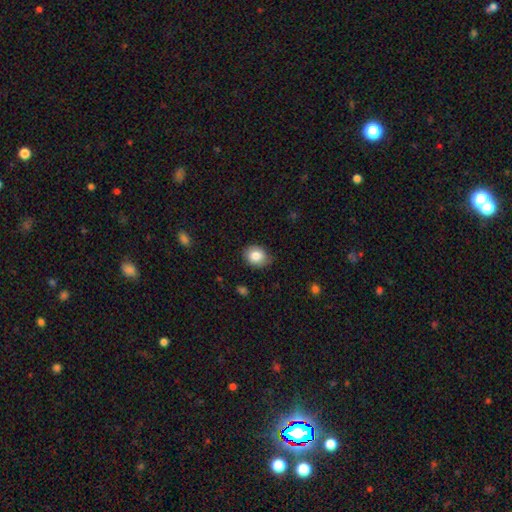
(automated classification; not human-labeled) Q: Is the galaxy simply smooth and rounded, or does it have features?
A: smooth — 83%.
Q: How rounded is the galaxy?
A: round — 51%.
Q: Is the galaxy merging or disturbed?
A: none — 78%.